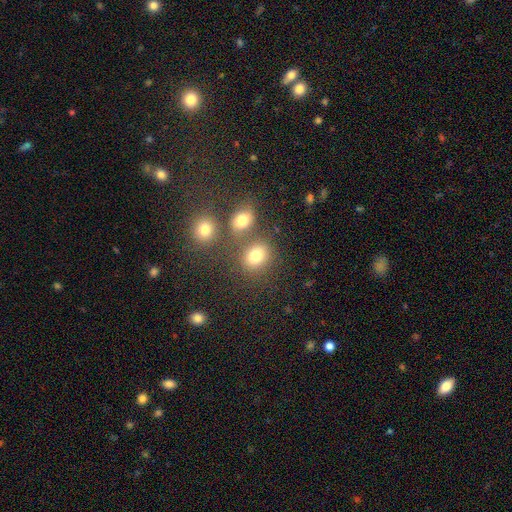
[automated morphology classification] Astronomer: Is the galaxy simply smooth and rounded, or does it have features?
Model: smooth — 77%.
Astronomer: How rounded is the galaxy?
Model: round — 59% (runner-up: in between, 39%).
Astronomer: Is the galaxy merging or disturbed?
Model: none — 68%.